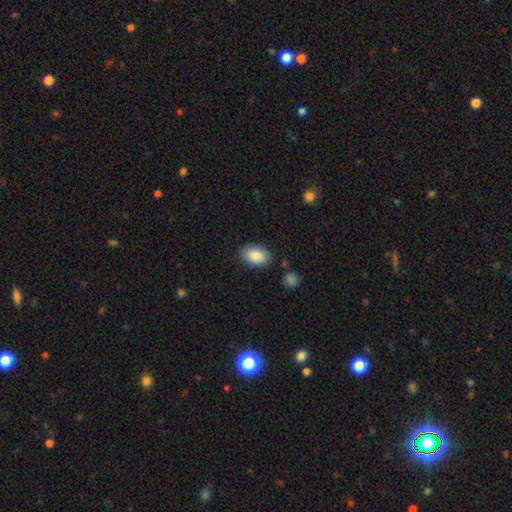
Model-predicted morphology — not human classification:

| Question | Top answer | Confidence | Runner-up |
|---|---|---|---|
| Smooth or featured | smooth | 88% | star or artifact (7%) |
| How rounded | in between | 89% | round (10%) |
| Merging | none | 85% | minor disturbance (10%) |